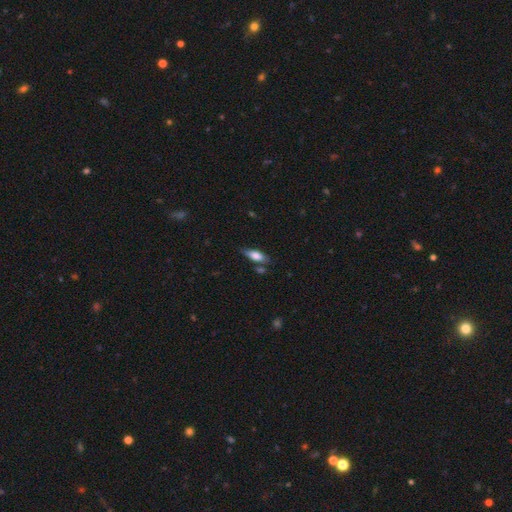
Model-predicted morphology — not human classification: Q: Smooth or featured?
A: smooth (74%); runner-up: featured or disk (19%)
Q: How rounded?
A: in between (72%); runner-up: cigar-shaped (25%)
Q: Merging?
A: none (67%); runner-up: minor disturbance (21%)